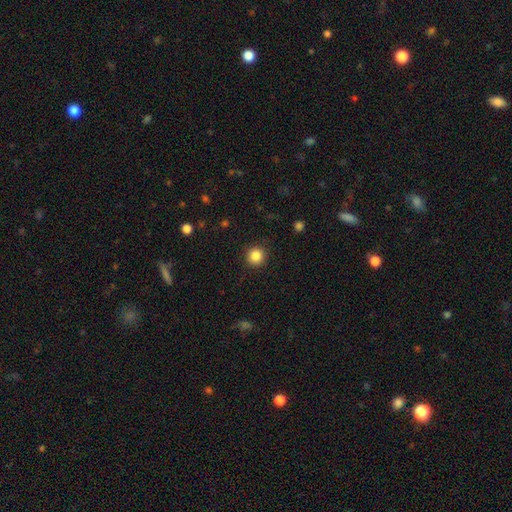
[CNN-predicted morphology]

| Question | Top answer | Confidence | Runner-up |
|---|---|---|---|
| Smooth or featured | smooth | 85% | star or artifact (10%) |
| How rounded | round | 95% | in between (4%) |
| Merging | none | 91% | minor disturbance (5%) |